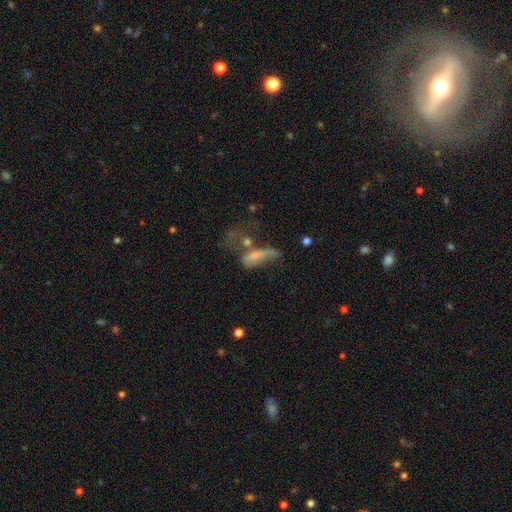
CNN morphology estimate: A smooth galaxy with no disk features (58%) that is in between round and cigar-shaped (48%). Merging: major disturbance (41%).